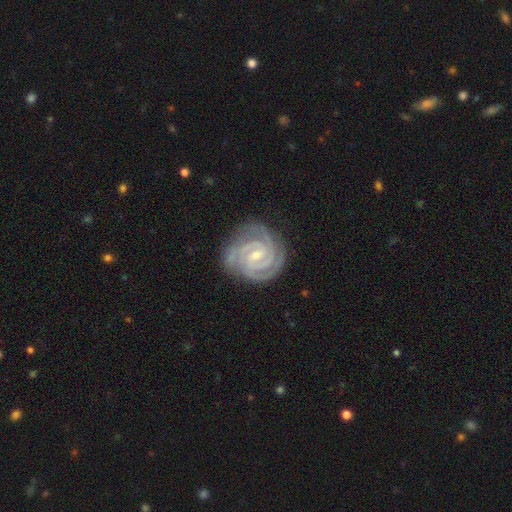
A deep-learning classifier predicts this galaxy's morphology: smooth_or_featured: featured or disk (p=0.93) [alt: star or artifact p=0.04]
disk_edge_on: no (p=0.98) [alt: yes p=0.02]
bar: weak (p=0.49) [alt: no p=0.27]
has_spiral_arms: yes (p=0.99) [alt: no p=0.01]
spiral_winding: tight (p=0.82) [alt: medium p=0.17]
spiral_arm_count: 2 (p=0.45) [alt: 3 p=0.31]
bulge_size: small (p=0.71) [alt: moderate p=0.24]
merging: none (p=0.78) [alt: minor disturbance p=0.16]